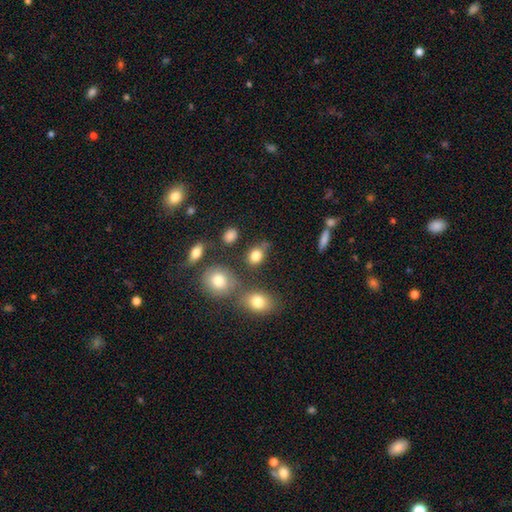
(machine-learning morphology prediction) Smooth or featured? Predicted: smooth (p=0.81). How rounded? Predicted: in between (p=0.52). Merging? Predicted: none (p=0.64).